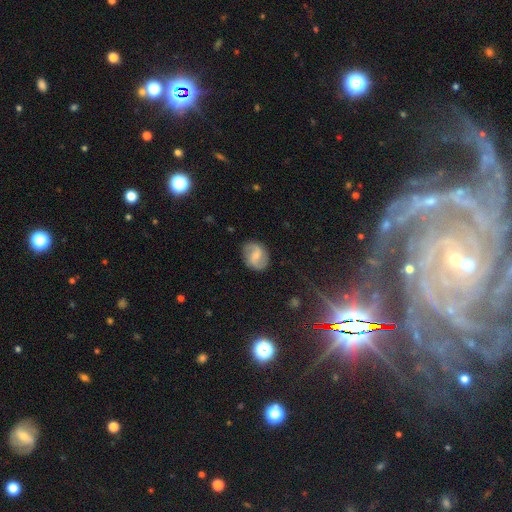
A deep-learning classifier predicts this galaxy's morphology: type=featured or disk (61%); edge-on=no (97%); bar=weak (52%); spiral arms=yes (87%); winding=loose (43%); arm count=2 (89%); bulge=small (47%); merging=none (83%).